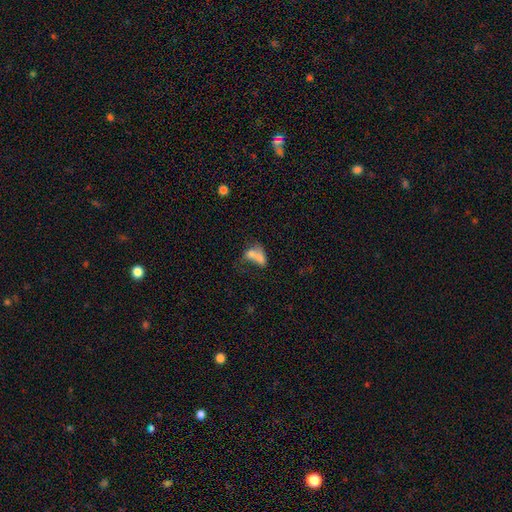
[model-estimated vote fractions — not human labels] Smooth or featured? Predicted: smooth (p=0.65). How rounded? Predicted: in between (p=0.78). Merging? Predicted: merger (p=0.52).